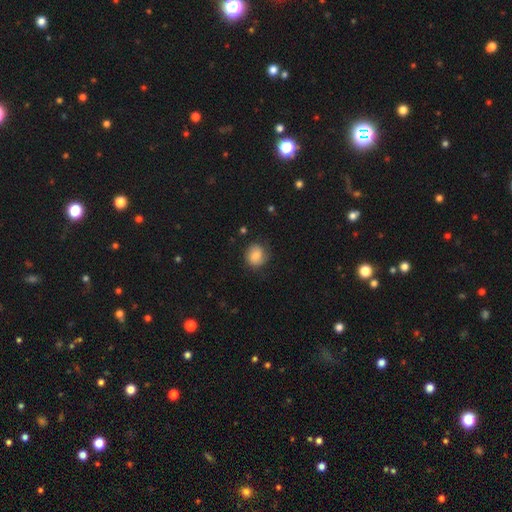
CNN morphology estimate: type=smooth (74%); roundness=round (75%); merging=none (70%).